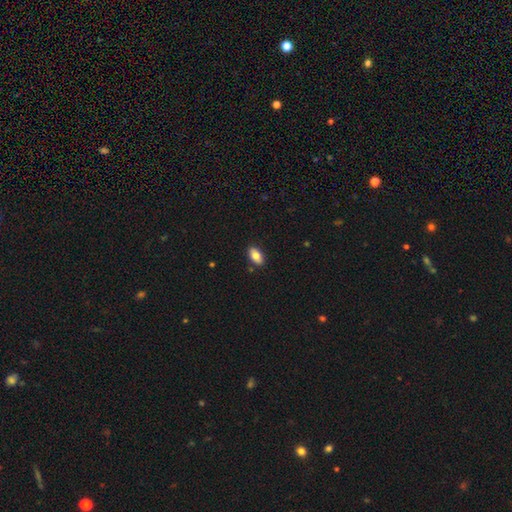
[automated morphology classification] smooth-or-featured: smooth: 81% | featured or disk: 12% | star or artifact: 7%
  how-rounded: in between: 92% | round: 4% | cigar-shaped: 3%
  merging: none: 87% | minor disturbance: 9% | major disturbance: 2% | merger: 2%